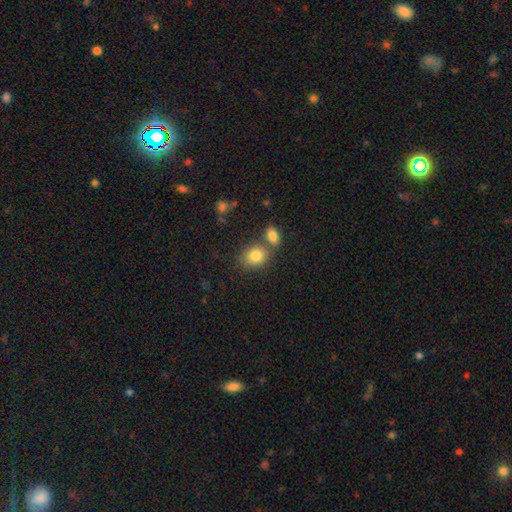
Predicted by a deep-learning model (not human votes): The model was most divided on "how rounded": in between: 57%, round: 42%, cigar-shaped: 1%. More confident: smooth or featured — smooth (82%); merging — none (58%).